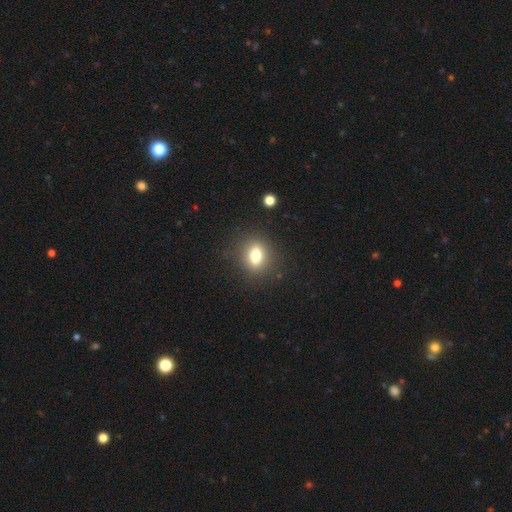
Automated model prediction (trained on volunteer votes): smooth_or_featured: smooth (p=0.75) [alt: featured or disk p=0.14]
how_rounded: in between (p=0.59) [alt: round p=0.38]
merging: none (p=0.86) [alt: minor disturbance p=0.09]